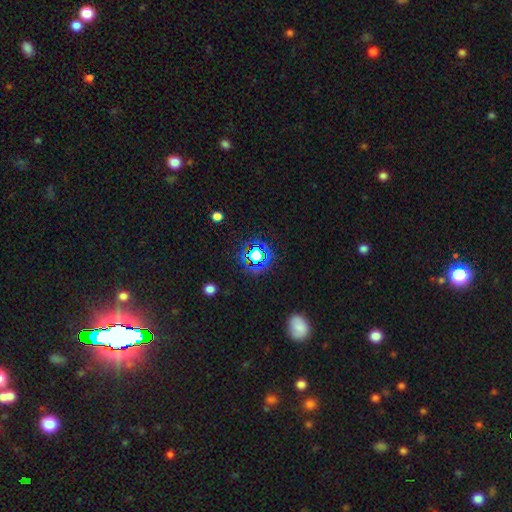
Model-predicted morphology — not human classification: Smooth or featured? Predicted: star or artifact (p=0.70).